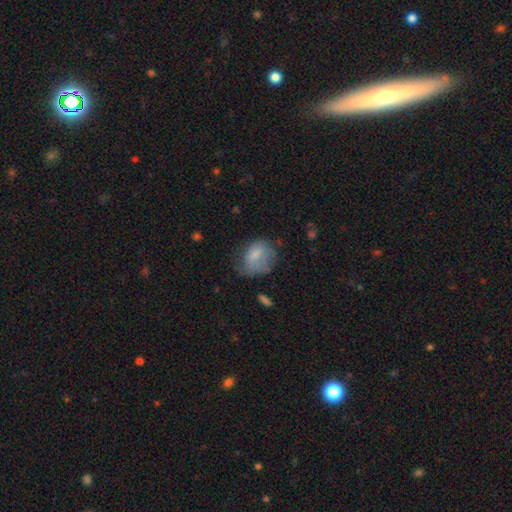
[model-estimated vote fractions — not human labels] Smooth or featured? Predicted: smooth (p=0.70). How rounded? Predicted: in between (p=0.65). Merging? Predicted: none (p=0.45).